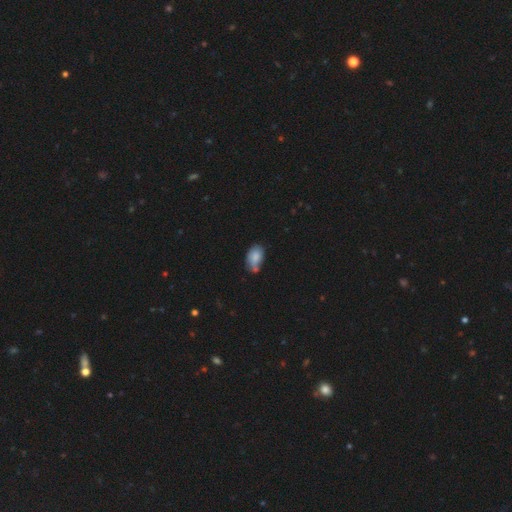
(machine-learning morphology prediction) A smooth galaxy with no disk features (79%) that is in between round and cigar-shaped (88%). Merging: none (42%).